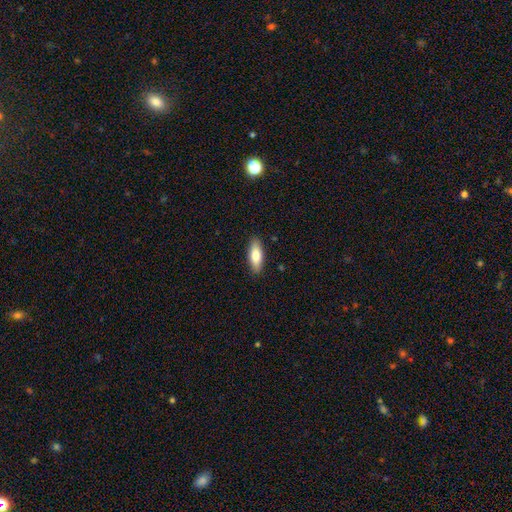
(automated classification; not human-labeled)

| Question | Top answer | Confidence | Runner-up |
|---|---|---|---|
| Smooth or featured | smooth | 76% | featured or disk (18%) |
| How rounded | in between | 70% | cigar-shaped (28%) |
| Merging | none | 89% | minor disturbance (8%) |